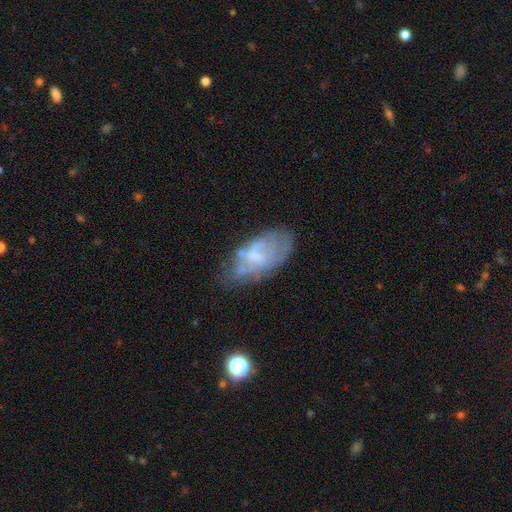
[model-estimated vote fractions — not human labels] A featured or disk galaxy (50%). Merging: none (49%).